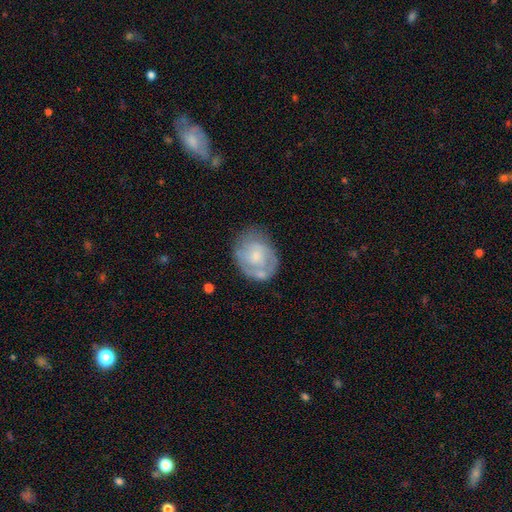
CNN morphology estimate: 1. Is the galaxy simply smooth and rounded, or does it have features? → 58% featured or disk, 35% smooth, 6% star or artifact.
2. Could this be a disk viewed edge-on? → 97% no, 3% yes.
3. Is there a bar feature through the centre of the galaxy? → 73% no, 24% weak, 3% strong.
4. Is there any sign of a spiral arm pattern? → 69% yes, 31% no.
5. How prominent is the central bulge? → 48% small, 35% moderate, 11% none, 4% large, 1% dominant.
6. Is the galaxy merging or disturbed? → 57% none, 24% minor disturbance, 11% major disturbance, 7% merger.